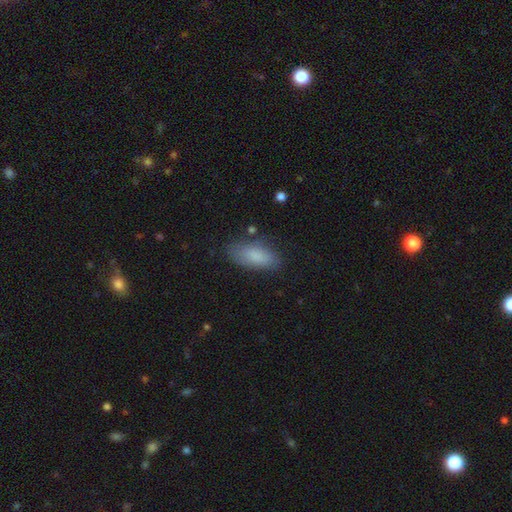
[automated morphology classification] Smooth or featured?
  - smooth: 85% *
  - featured or disk: 9%
  - star or artifact: 7%
How rounded?
  - in between: 84% *
  - cigar-shaped: 14%
  - round: 2%
Merging?
  - none: 78% *
  - minor disturbance: 16%
  - major disturbance: 4%
  - merger: 2%